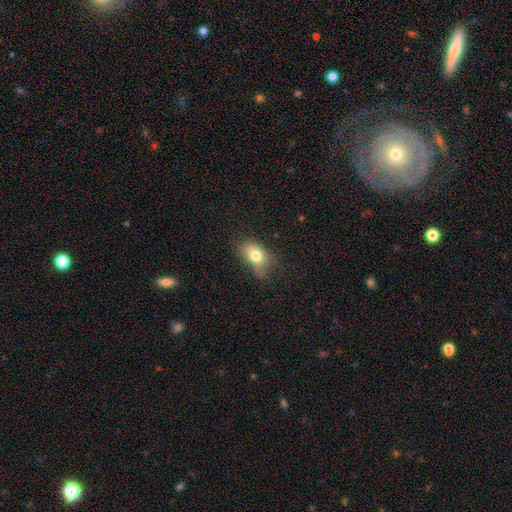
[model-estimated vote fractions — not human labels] smooth 76%, featured or disk 14%, star or artifact 10%. Down the decision tree: how rounded — in between (84%); merging — none (49%).